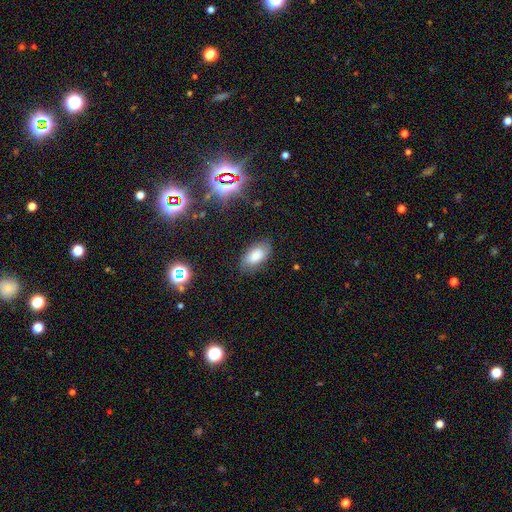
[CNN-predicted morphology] Q: Smooth or featured?
A: smooth (75%); runner-up: featured or disk (14%)
Q: How rounded?
A: in between (93%); runner-up: round (4%)
Q: Merging?
A: none (78%); runner-up: minor disturbance (17%)